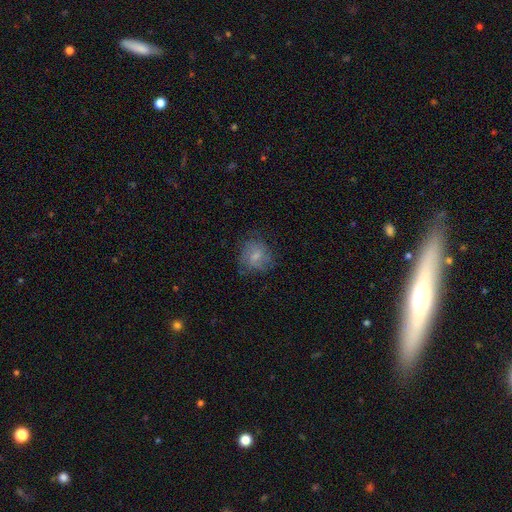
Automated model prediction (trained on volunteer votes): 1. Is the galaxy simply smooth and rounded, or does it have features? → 60% smooth, 31% featured or disk, 9% star or artifact.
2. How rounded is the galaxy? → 73% round, 26% in between, 1% cigar-shaped.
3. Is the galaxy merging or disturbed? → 67% none, 21% minor disturbance, 10% major disturbance, 1% merger.